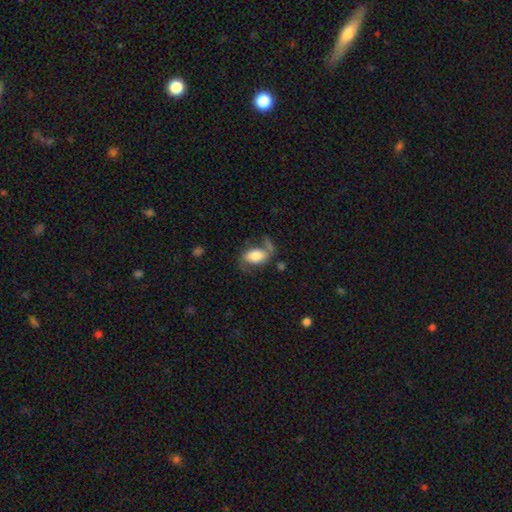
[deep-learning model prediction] Morphology: type=featured or disk (48%); merging=none (48%).